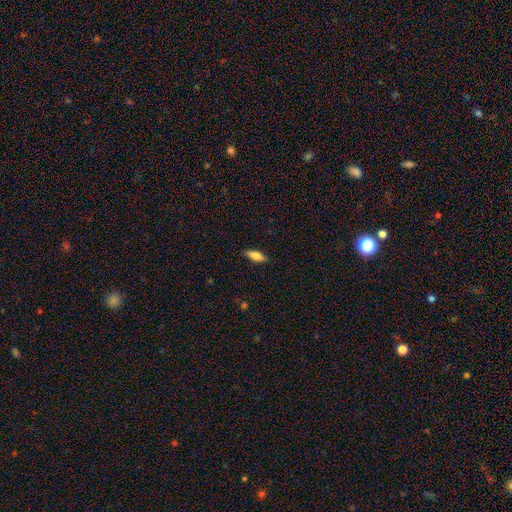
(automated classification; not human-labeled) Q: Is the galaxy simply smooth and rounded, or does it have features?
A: smooth — 80%.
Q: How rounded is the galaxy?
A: in between — 68%.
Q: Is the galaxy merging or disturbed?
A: none — 86%.